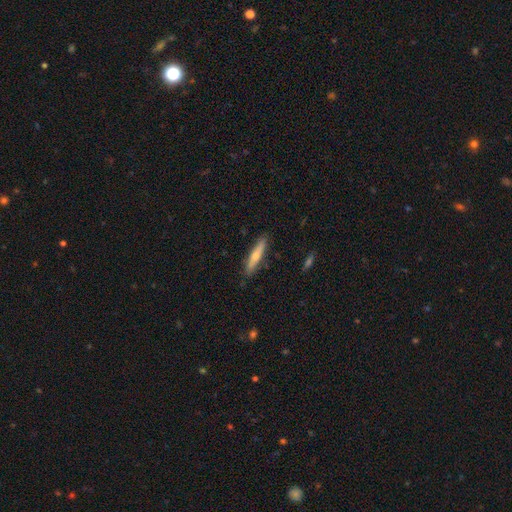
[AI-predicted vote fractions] This appears to be a smooth galaxy with no disk features (56%) that is cigar-shaped (87%). Merging: none (88%).